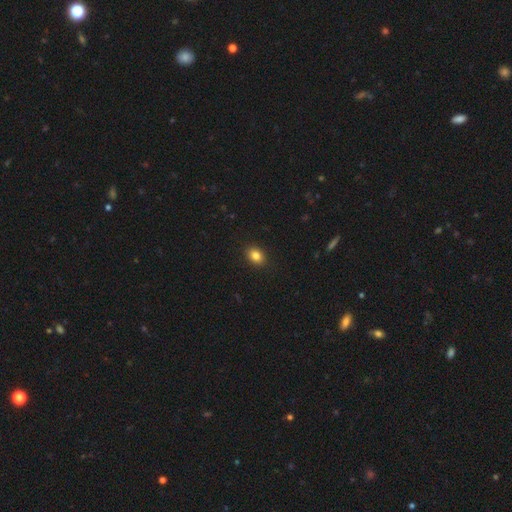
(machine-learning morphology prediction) A smooth galaxy with no disk features (84%) that is in between round and cigar-shaped (63%).

Vote fractions:
- Smooth or featured? smooth: 84% / star or artifact: 10% / featured or disk: 6%
- How rounded? in between: 63% / round: 36% / cigar-shaped: 1%
- Merging? none: 90% / minor disturbance: 7% / major disturbance: 2% / merger: 1%